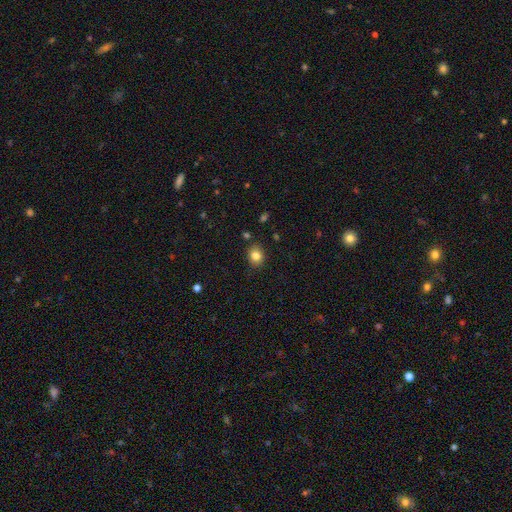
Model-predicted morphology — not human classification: Smooth or featured: smooth — 83% (star or artifact — 10%)
How rounded: round — 57% (in between — 42%)
Merging: none — 84% (minor disturbance — 11%)